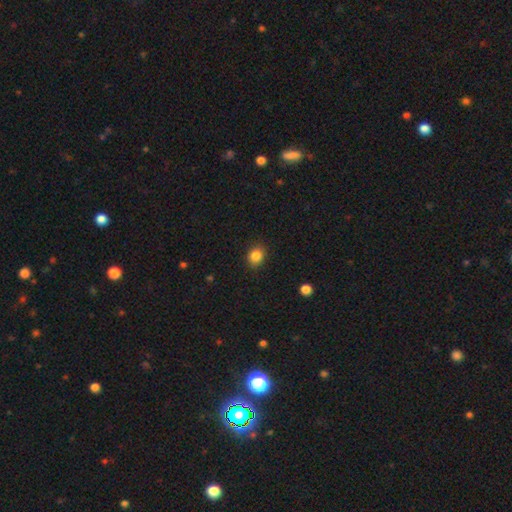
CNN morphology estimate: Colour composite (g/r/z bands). It shows a smooth galaxy with no disk features (85%) that is round (59%). Merging: none (89%).